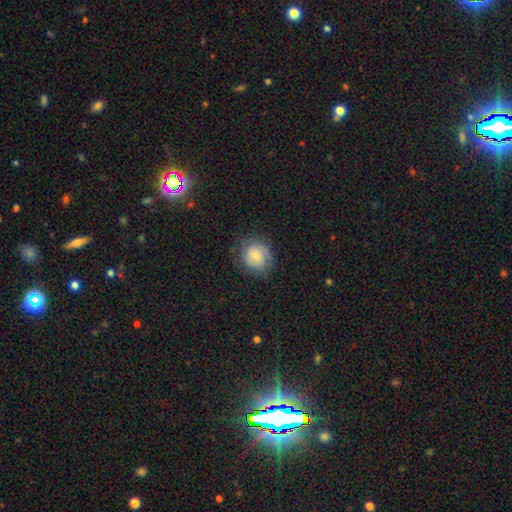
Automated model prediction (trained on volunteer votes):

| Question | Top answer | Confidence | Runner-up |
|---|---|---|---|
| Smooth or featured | smooth | 58% | featured or disk (34%) |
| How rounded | round | 80% | in between (19%) |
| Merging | none | 76% | minor disturbance (17%) |